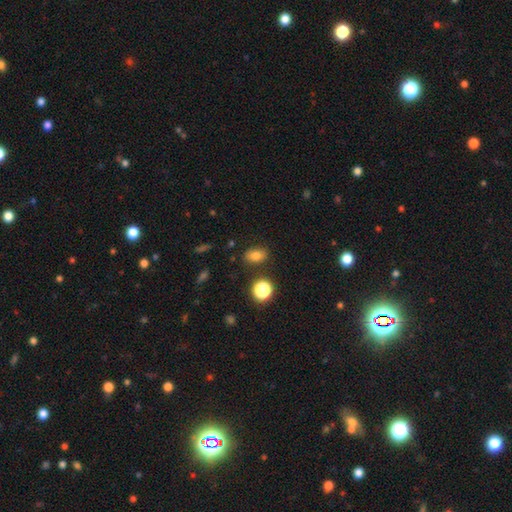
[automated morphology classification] Q: Smooth or featured?
A: smooth (79%); runner-up: star or artifact (14%)
Q: How rounded?
A: in between (78%); runner-up: round (20%)
Q: Merging?
A: none (84%); runner-up: minor disturbance (10%)